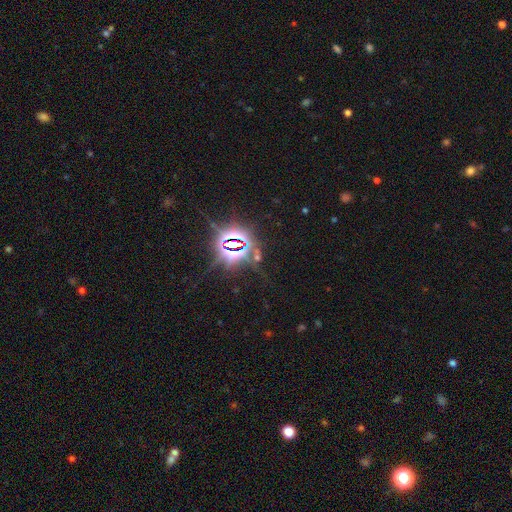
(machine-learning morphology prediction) smooth-or-featured: star or artifact: 86% | featured or disk: 8% | smooth: 7%